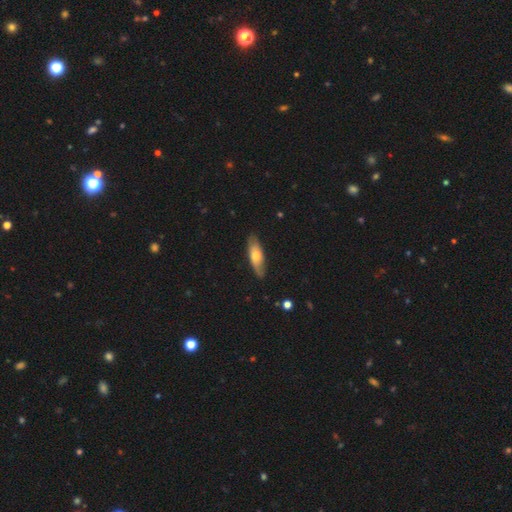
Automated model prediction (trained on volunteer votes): This is possibly a smooth galaxy (53%). How rounded: possibly in between (54%). Merging: clearly none (82%).